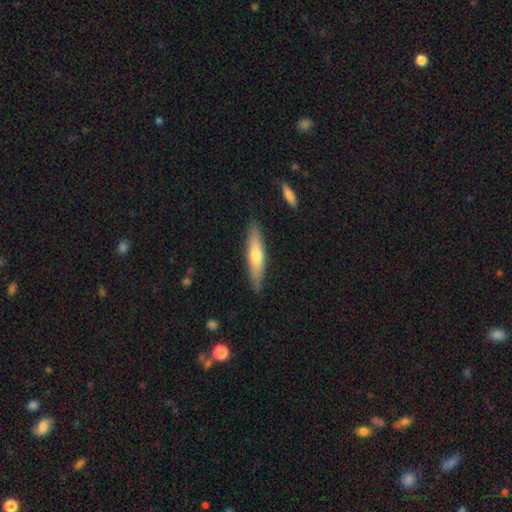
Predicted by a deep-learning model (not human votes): Smooth or featured: smooth — 55% (featured or disk — 40%)
How rounded: cigar-shaped — 83% (in between — 16%)
Merging: none — 88% (minor disturbance — 9%)